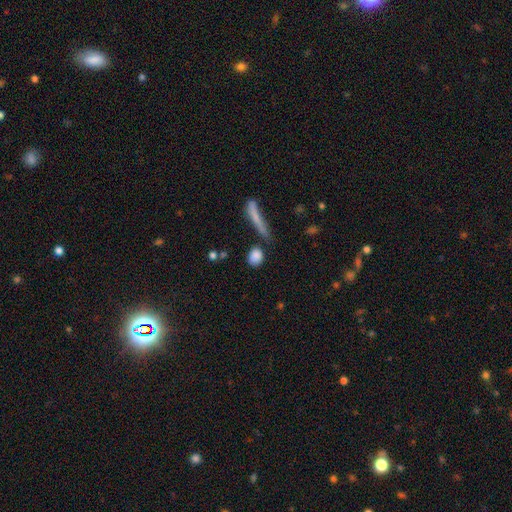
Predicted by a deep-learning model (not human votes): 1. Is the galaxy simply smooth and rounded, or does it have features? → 85% smooth, 8% star or artifact, 7% featured or disk.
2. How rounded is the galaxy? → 53% round, 37% in between, 10% cigar-shaped.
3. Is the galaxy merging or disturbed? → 72% none, 13% minor disturbance, 9% merger, 5% major disturbance.